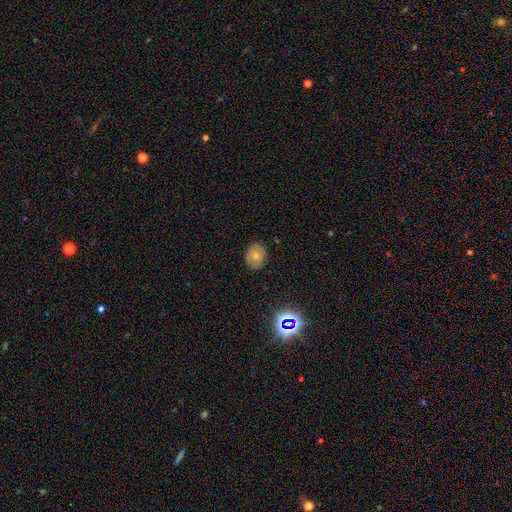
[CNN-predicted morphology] smooth_or_featured: smooth (p=0.63) [alt: featured or disk p=0.23]
how_rounded: in between (p=0.54) [alt: round p=0.45]
merging: none (p=0.83) [alt: minor disturbance p=0.13]